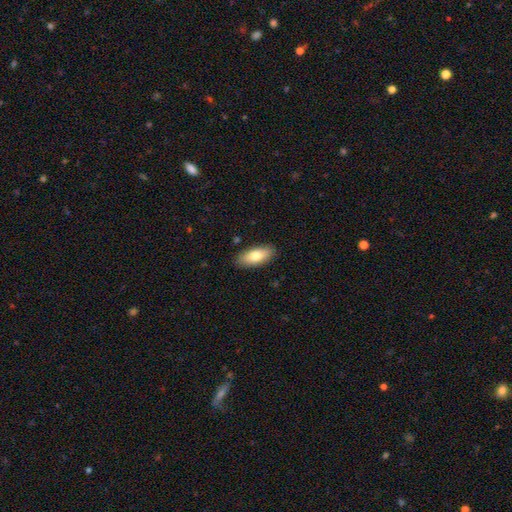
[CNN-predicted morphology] A smooth galaxy with no disk features (77%) that is in between round and cigar-shaped (87%).

Vote fractions:
- Smooth or featured? smooth: 77% / featured or disk: 17% / star or artifact: 6%
- How rounded? in between: 87% / cigar-shaped: 11% / round: 3%
- Merging? none: 88% / minor disturbance: 9% / major disturbance: 2% / merger: 1%